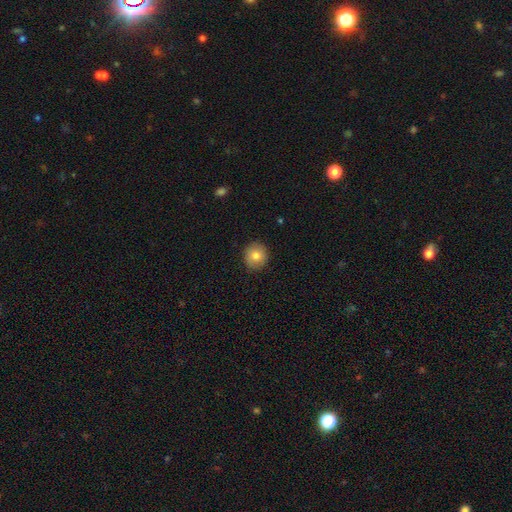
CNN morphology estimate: type=smooth (79%); roundness=round (88%); merging=none (90%).